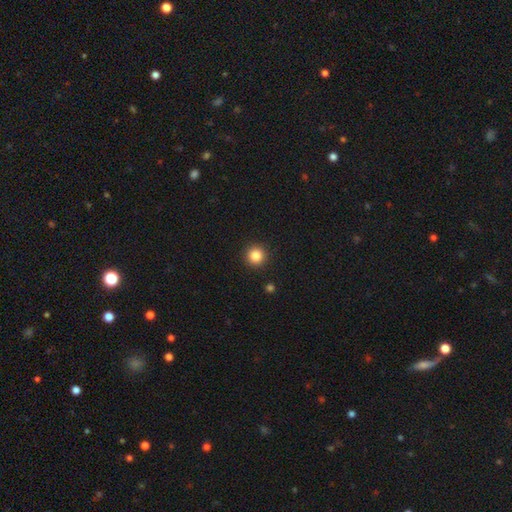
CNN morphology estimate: Smooth or featured? smooth (84%)
How rounded? round (96%)
Merging? none (93%)